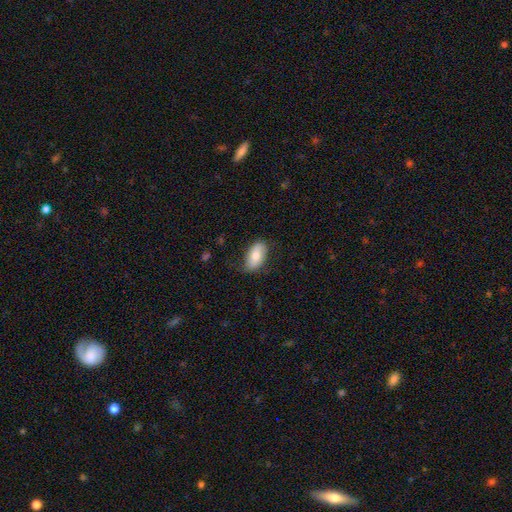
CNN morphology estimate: A smooth galaxy with no disk features (72%) that is in between round and cigar-shaped (93%).

Vote fractions:
- Smooth or featured? smooth: 72% / featured or disk: 22% / star or artifact: 6%
- How rounded? in between: 93% / round: 4% / cigar-shaped: 3%
- Merging? none: 72% / minor disturbance: 22% / major disturbance: 5% / merger: 1%